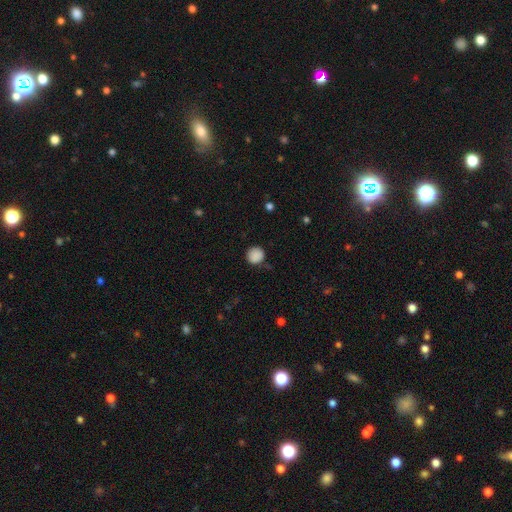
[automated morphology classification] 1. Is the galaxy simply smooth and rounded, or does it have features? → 88% smooth, 9% star or artifact, 3% featured or disk.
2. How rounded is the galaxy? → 92% round, 7% in between, 1% cigar-shaped.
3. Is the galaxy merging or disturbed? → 81% none, 14% minor disturbance, 3% major disturbance, 2% merger.